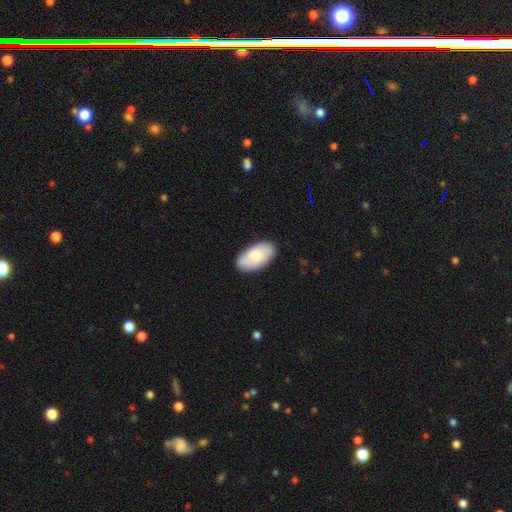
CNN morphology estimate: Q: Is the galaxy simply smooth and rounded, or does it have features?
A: smooth — 74%.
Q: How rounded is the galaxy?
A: in between — 95%.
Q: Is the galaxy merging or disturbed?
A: none — 84%.